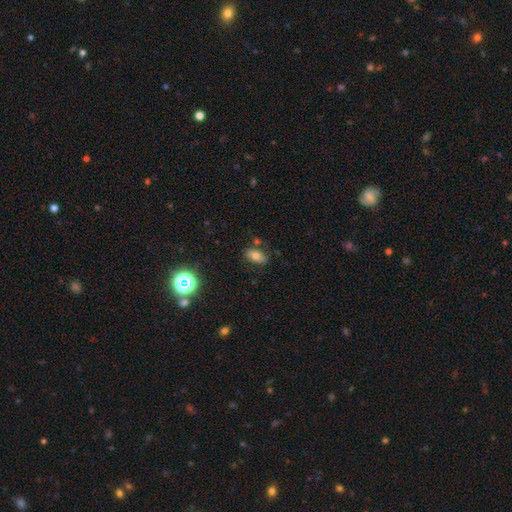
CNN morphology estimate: This is likely a smooth galaxy (68%). How rounded: clearly in between (88%). Merging: likely none (75%).